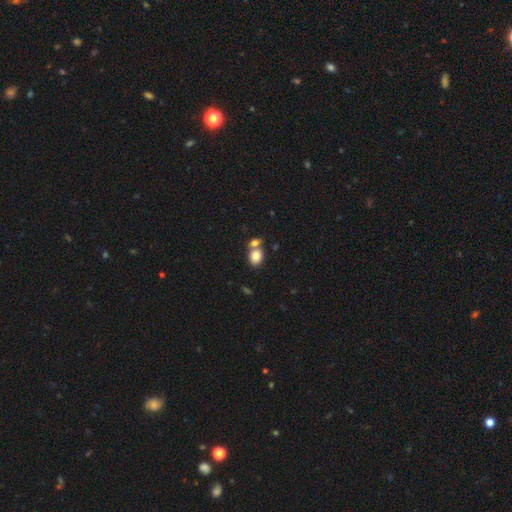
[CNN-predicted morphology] The model was most divided on "merging": none: 46%, merger: 42%, minor disturbance: 9%, major disturbance: 3%. More confident: smooth or featured — smooth (83%); how rounded — in between (57%).